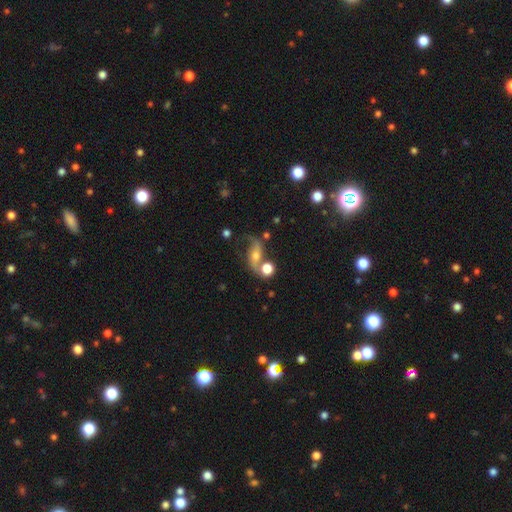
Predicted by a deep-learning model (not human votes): This appears to be a featured or disk galaxy (72%) with no bar (55%), 2 (89%) loose (77%) spiral arms (91%) and a moderate central bulge (59%). Merging: none (54%).